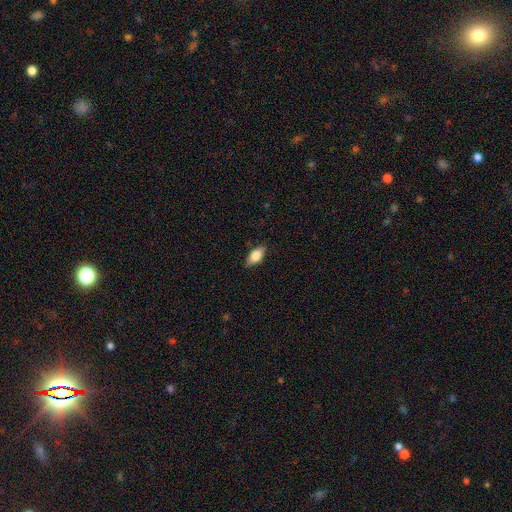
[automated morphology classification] This appears to be a smooth galaxy with no disk features (77%) that is in between round and cigar-shaped (86%). Merging: none (84%).